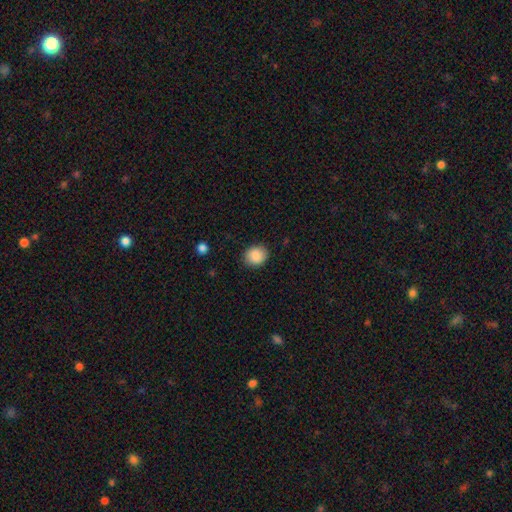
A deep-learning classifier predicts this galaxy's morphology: The model was most divided on "how rounded": round: 68%, in between: 31%, cigar-shaped: 1%. More confident: smooth or featured — smooth (89%); merging — none (87%).